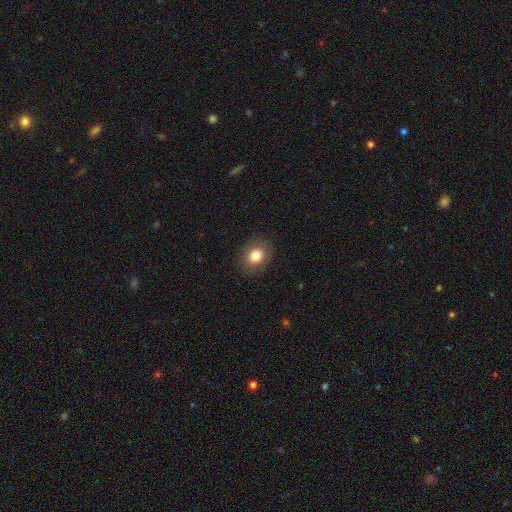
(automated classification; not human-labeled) Smooth or featured? smooth (81%)
How rounded? in between (52%)
Merging? none (87%)